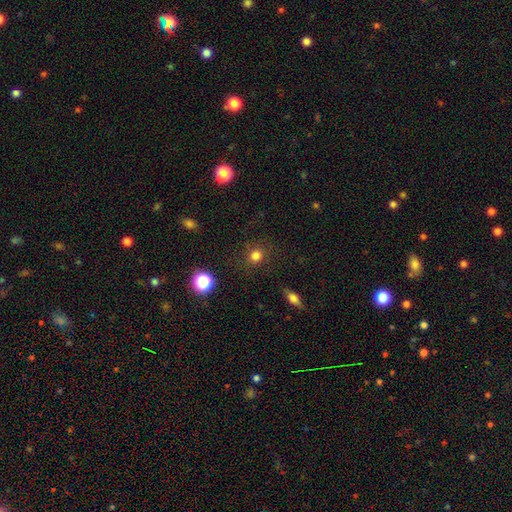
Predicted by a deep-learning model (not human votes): A smooth galaxy with no disk features (80%) that is round (81%). Merging: none (83%).